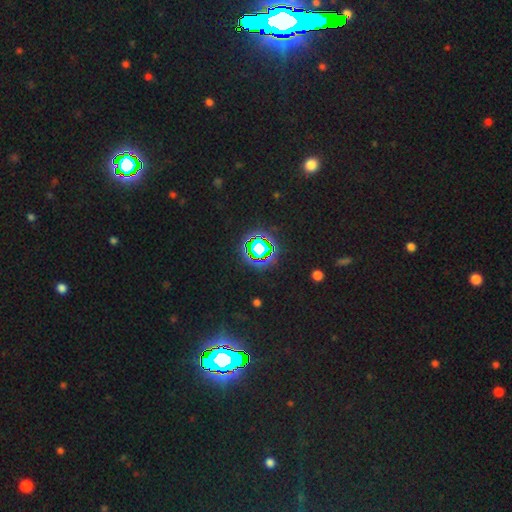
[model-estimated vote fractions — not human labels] smooth-or-featured: star or artifact: 77% | smooth: 14% | featured or disk: 10%